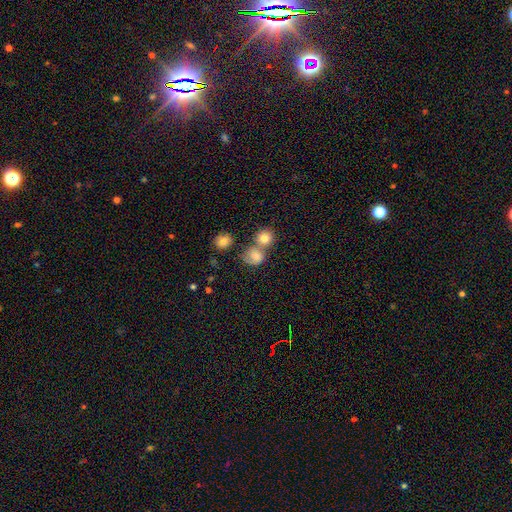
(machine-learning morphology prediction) type=smooth (67%); roundness=round (72%); merging=none (43%).